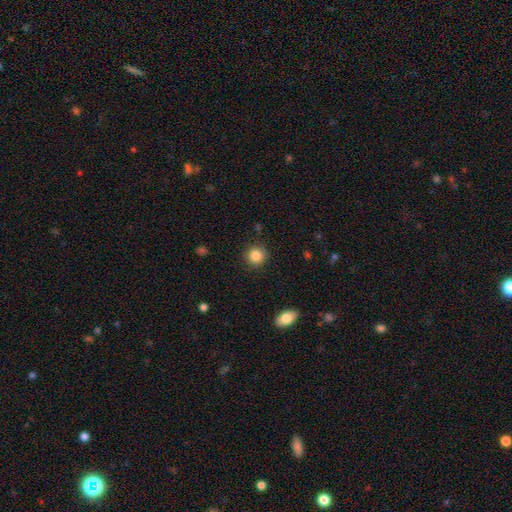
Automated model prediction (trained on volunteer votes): Smooth or featured: smooth — 85% (star or artifact — 10%)
How rounded: round — 92% (in between — 7%)
Merging: none — 89% (minor disturbance — 7%)